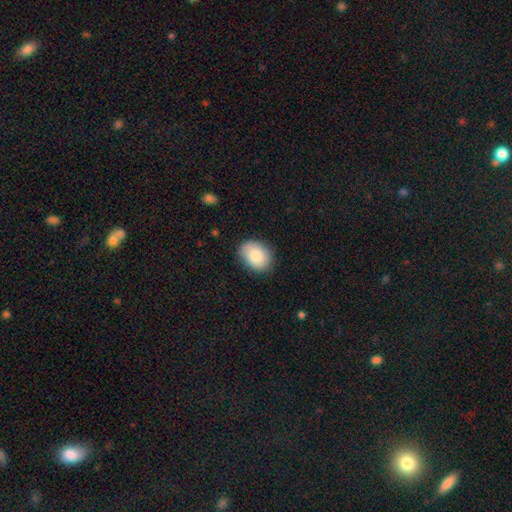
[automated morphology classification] Overall: smooth (84%). How rounded: in between (69%; round 30%). Merging: none (81%).